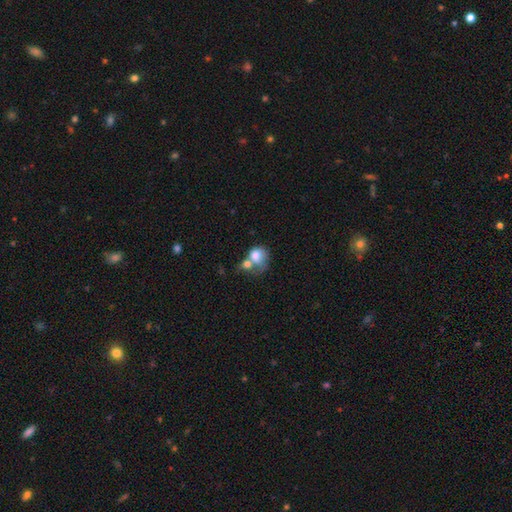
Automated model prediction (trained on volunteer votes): Smooth or featured? Predicted: smooth (p=0.73). How rounded? Predicted: round (p=0.55). Merging? Predicted: merger (p=0.58).